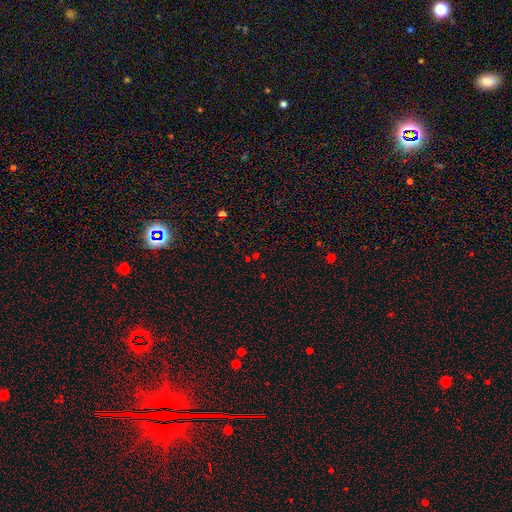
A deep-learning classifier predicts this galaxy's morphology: Smooth or featured? star or artifact (57%)